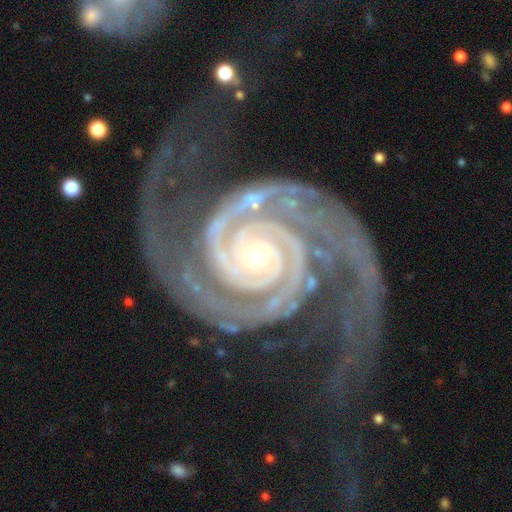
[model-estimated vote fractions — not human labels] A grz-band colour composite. It shows a featured or disk galaxy (95%) with no bar (72%), 2 (82%) tight (73%) spiral arms (99%) and a small central bulge (68%). Merging: none (59%).